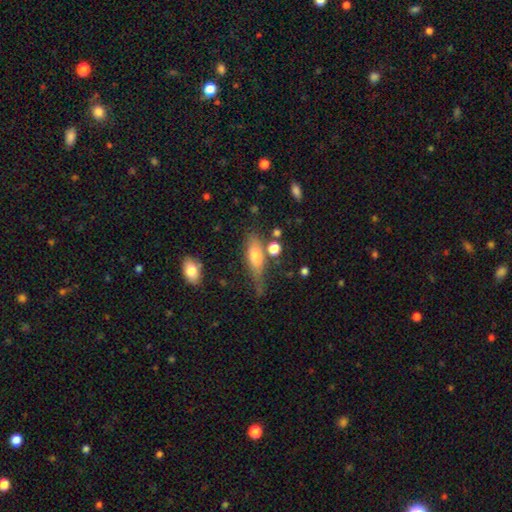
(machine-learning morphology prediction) type=smooth (64%); roundness=in between (59%); merging=none (50%).